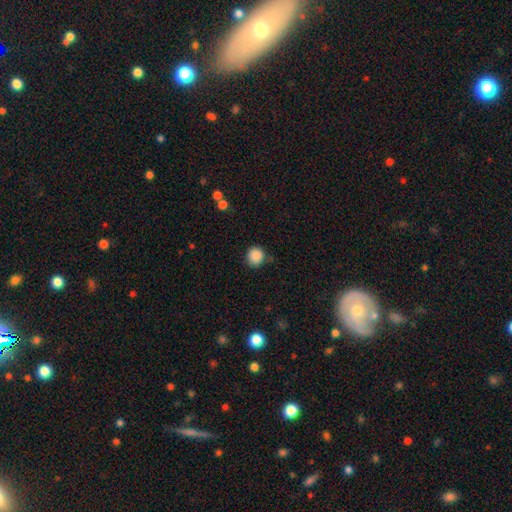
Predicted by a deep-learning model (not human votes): The model was most divided on "merging": none: 78%, minor disturbance: 15%, major disturbance: 4%, merger: 3%. More confident: how rounded — round (90%); smooth or featured — smooth (88%).